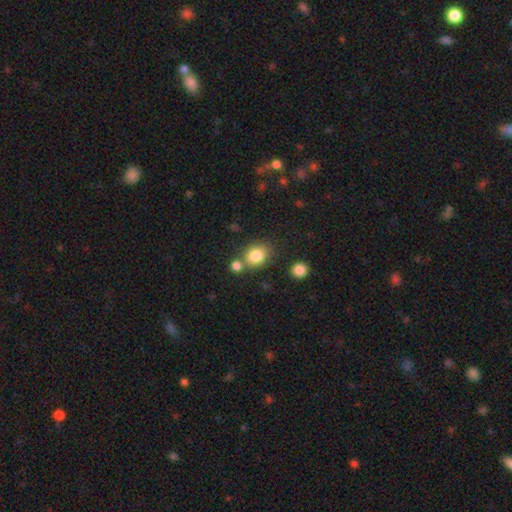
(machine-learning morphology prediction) Smooth or featured? smooth (83%)
How rounded? round (57%)
Merging? none (64%)